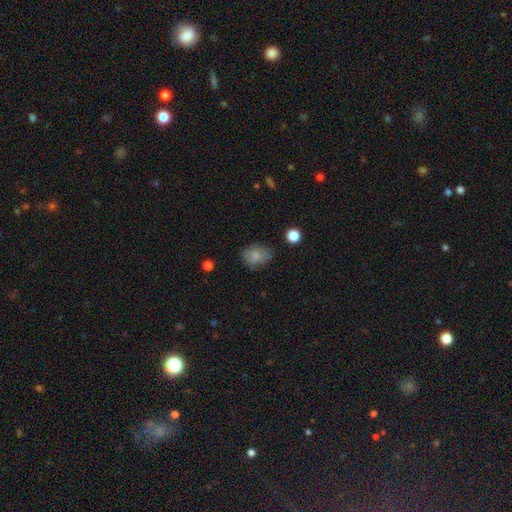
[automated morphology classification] smooth 77%, featured or disk 12%, star or artifact 11%. Down the decision tree: how rounded — in between (64%); merging — none (63%).